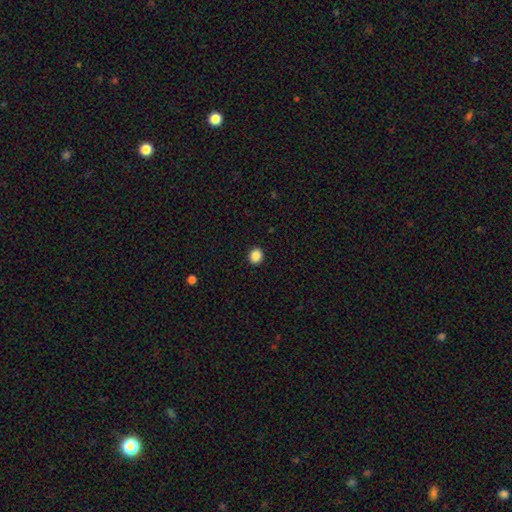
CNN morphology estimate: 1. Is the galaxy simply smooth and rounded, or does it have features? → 87% smooth, 10% star or artifact, 3% featured or disk.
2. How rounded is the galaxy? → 81% round, 18% in between, 1% cigar-shaped.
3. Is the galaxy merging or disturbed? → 92% none, 5% minor disturbance, 2% major disturbance, 1% merger.